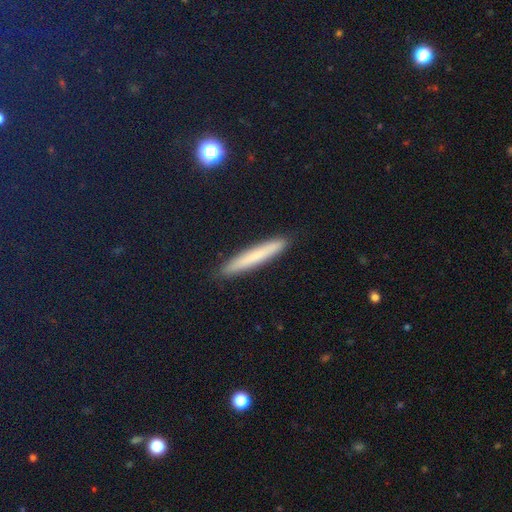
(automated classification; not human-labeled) smooth 69%, featured or disk 22%, star or artifact 9%. Down the decision tree: how rounded — cigar-shaped (95%); merging — none (91%).